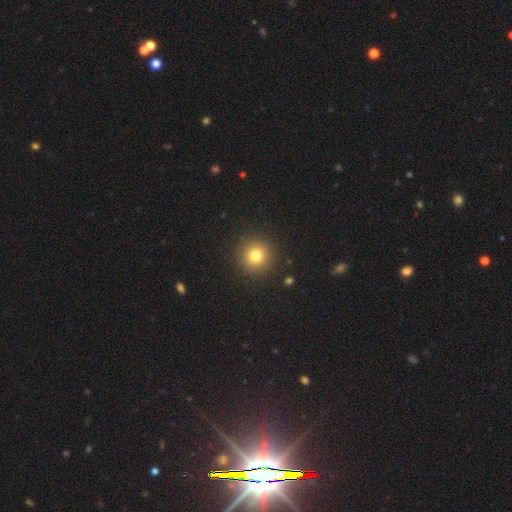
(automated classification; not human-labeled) A smooth galaxy with no disk features (79%) that is round (93%).

Vote fractions:
- Smooth or featured? smooth: 79% / star or artifact: 13% / featured or disk: 7%
- How rounded? round: 93% / in between: 6% / cigar-shaped: 1%
- Merging? none: 91% / minor disturbance: 6% / major disturbance: 2% / merger: 1%